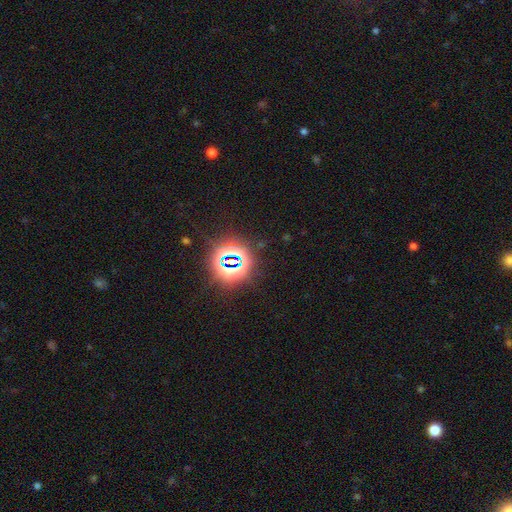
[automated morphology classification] The model was most divided on "smooth or featured": star or artifact: 80%, smooth: 13%, featured or disk: 7%.